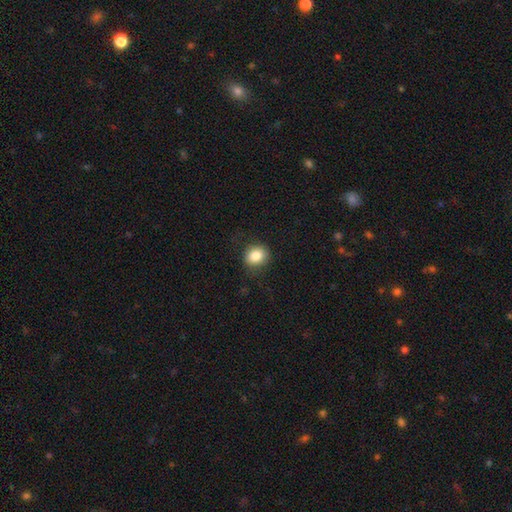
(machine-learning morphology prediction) Smooth or featured? Predicted: smooth (p=0.83). How rounded? Predicted: round (p=0.67). Merging? Predicted: none (p=0.83).